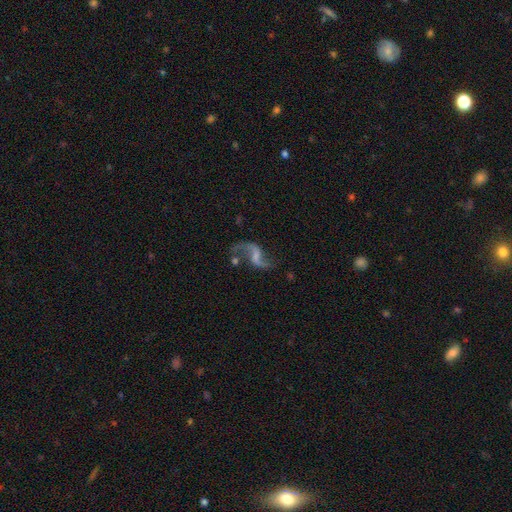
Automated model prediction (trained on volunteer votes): The model was most divided on "bulge size": none: 44%, small: 35%, moderate: 16%, large: 3%, dominant: 1%. Remaining: edge-on disk — no (98%); spiral arms — yes (96%); spiral arm count — 2 (92%); smooth or featured — featured or disk (88%); spiral winding — loose (88%); merging — none (67%); bar — weak (47%).